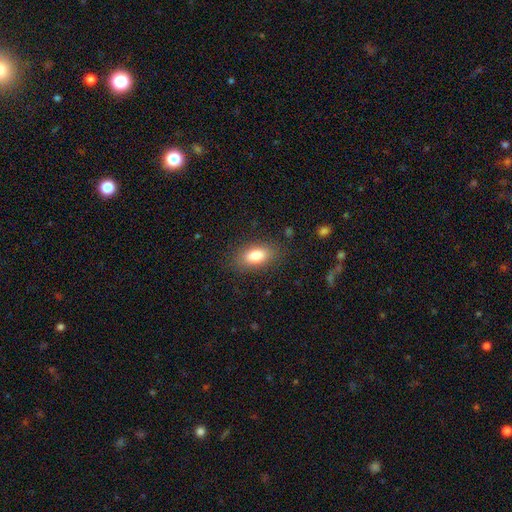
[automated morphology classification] The model was most divided on "merging": none: 84%, minor disturbance: 12%, major disturbance: 4%, merger: 1%. More confident: how rounded — in between (89%); smooth or featured — smooth (84%).